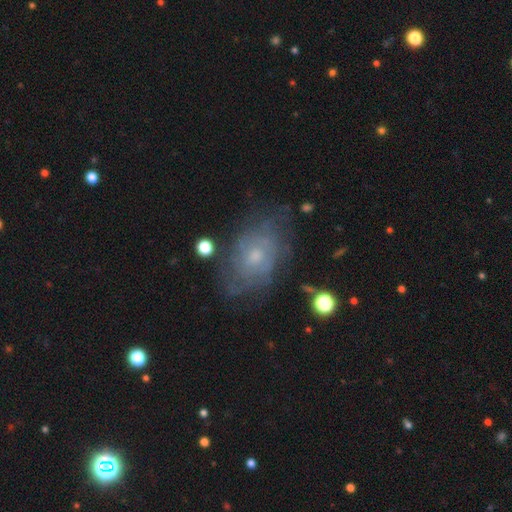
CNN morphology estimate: Smooth or featured? featured or disk (64%)
Edge-on disk? no (95%)
Bar? no (79%)
Spiral arms? yes (71%)
Bulge size? small (59%)
Merging? none (67%)